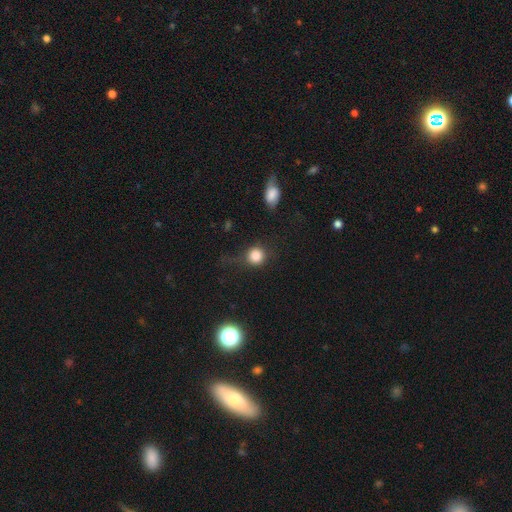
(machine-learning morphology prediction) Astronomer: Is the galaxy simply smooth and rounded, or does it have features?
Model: smooth — 83%.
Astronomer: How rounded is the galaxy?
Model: round — 90%.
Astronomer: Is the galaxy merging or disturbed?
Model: none — 67%.